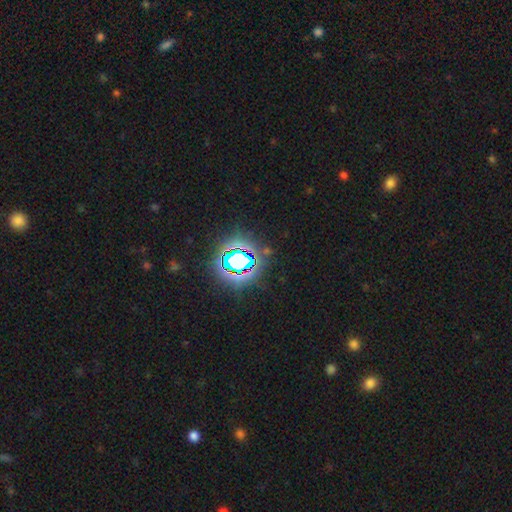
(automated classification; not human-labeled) smooth-or-featured: star or artifact: 83% | smooth: 11% | featured or disk: 6%